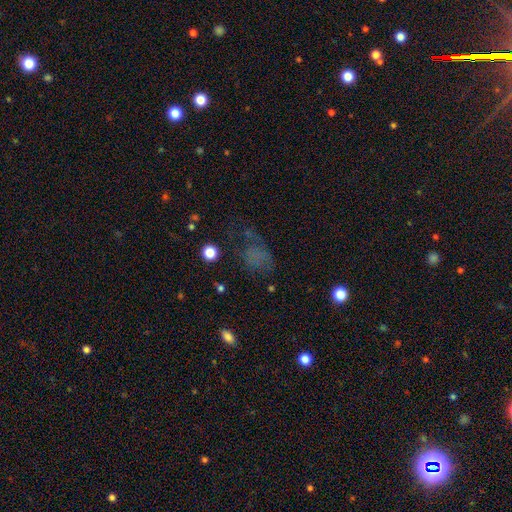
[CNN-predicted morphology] Smooth or featured?
  - smooth: 53% *
  - star or artifact: 24%
  - featured or disk: 23%
How rounded?
  - in between: 68% *
  - round: 29%
  - cigar-shaped: 3%
Merging?
  - none: 40% *
  - major disturbance: 33%
  - minor disturbance: 22%
  - merger: 4%